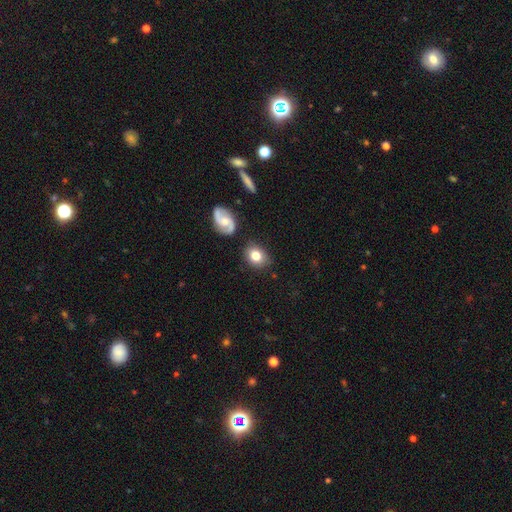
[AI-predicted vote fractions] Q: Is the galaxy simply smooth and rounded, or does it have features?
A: smooth — 75%.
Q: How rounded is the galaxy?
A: round — 56%.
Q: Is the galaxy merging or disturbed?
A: none — 80%.